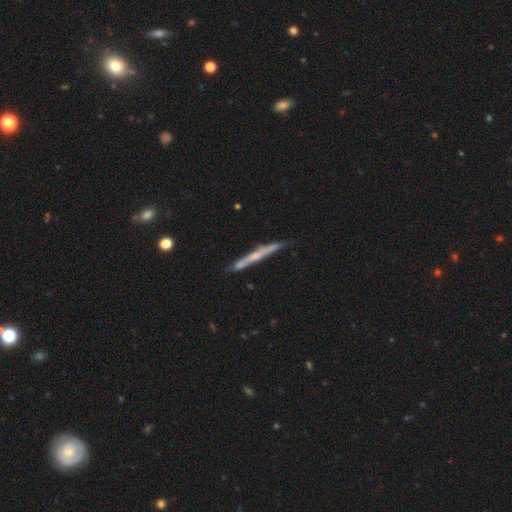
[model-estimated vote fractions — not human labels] The model was most divided on "edge-on bulge": none: 55%, rounded: 37%, boxy: 7%. More confident: edge-on disk — yes (96%); merging — none (81%); smooth or featured — featured or disk (57%).